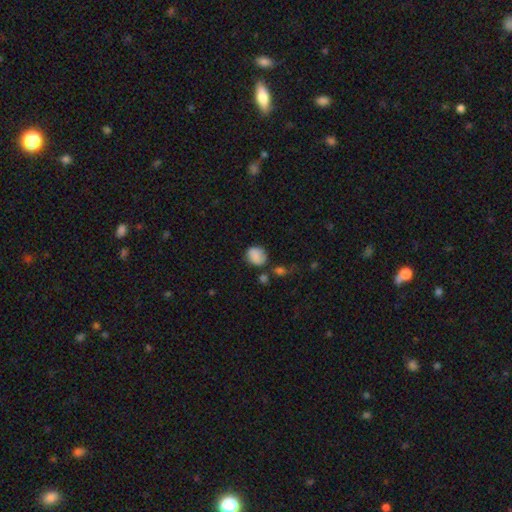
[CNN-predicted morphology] Overall: smooth (82%). How rounded: round (64%; in between 35%). Merging: none (60%; minor disturbance 24%).